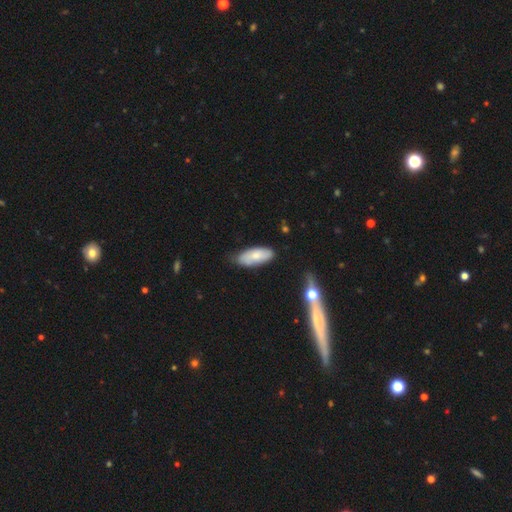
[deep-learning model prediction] smooth-or-featured: smooth: 71% | featured or disk: 23% | star or artifact: 6%
  how-rounded: in between: 82% | cigar-shaped: 16% | round: 2%
  merging: none: 71% | minor disturbance: 23% | major disturbance: 4% | merger: 2%